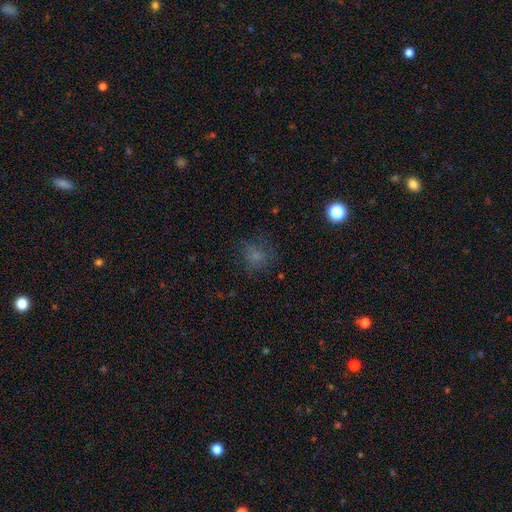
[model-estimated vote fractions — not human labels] Smooth or featured? Predicted: smooth (p=0.66). How rounded? Predicted: round (p=0.76). Merging? Predicted: none (p=0.62).